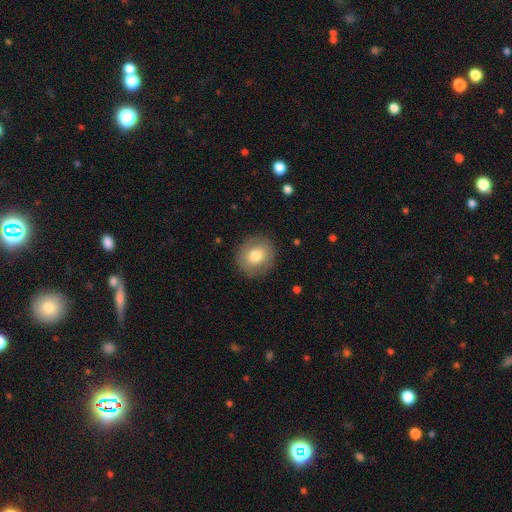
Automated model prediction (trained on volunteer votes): The model was most divided on "smooth or featured": smooth: 75%, featured or disk: 18%, star or artifact: 8%. More confident: merging — none (87%); how rounded — round (84%).